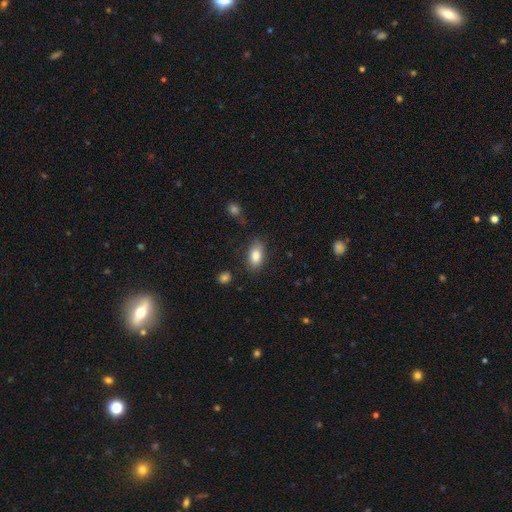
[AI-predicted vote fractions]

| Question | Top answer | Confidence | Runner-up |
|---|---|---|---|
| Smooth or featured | smooth | 85% | featured or disk (8%) |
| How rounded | in between | 91% | round (6%) |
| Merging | none | 79% | minor disturbance (15%) |